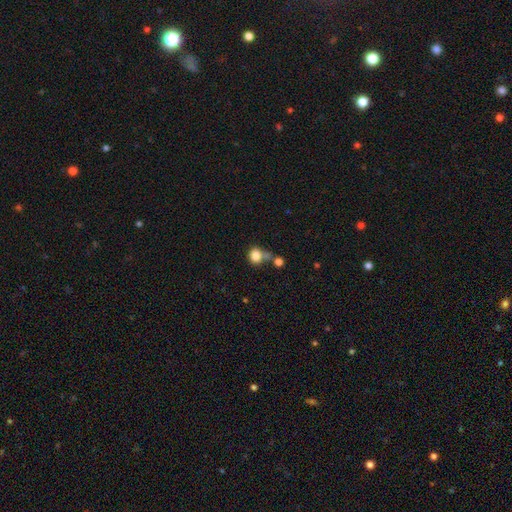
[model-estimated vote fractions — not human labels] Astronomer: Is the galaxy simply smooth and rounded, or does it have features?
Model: smooth — 83%.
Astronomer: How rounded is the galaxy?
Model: round — 81%.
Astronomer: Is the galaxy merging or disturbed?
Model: none — 47% (runner-up: merger, 31%).